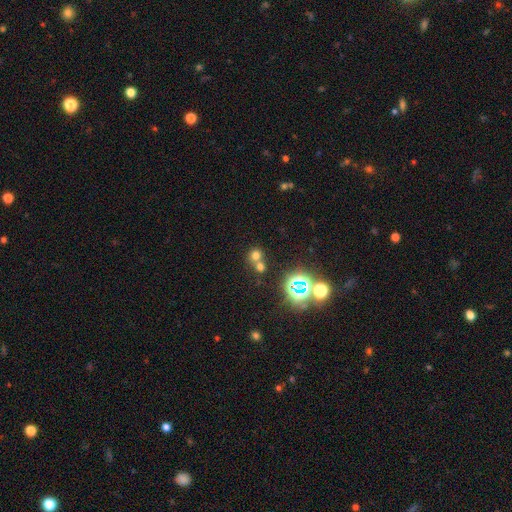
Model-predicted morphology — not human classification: Q: Smooth or featured?
A: smooth (59%); runner-up: star or artifact (31%)
Q: How rounded?
A: round (86%); runner-up: in between (13%)
Q: Merging?
A: none (48%); runner-up: merger (43%)